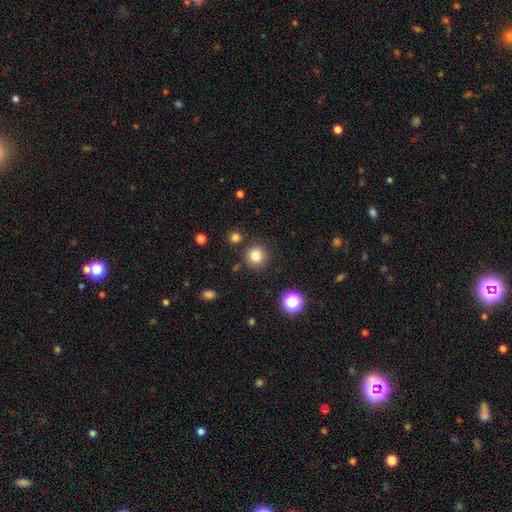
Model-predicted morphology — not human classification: smooth_or_featured: smooth (p=0.82) [alt: star or artifact p=0.12]
how_rounded: round (p=0.94) [alt: in between p=0.05]
merging: none (p=0.86) [alt: minor disturbance p=0.07]